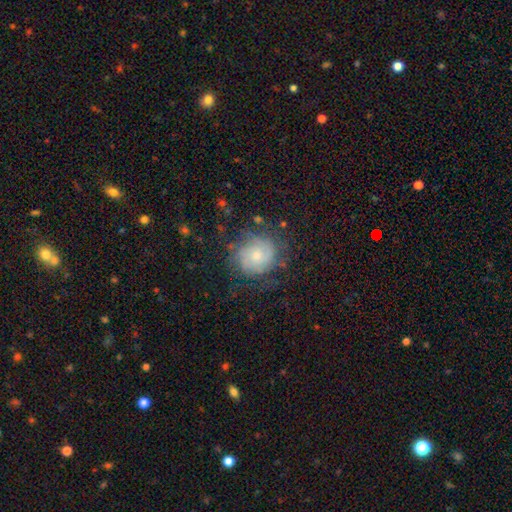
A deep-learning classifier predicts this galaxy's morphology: This appears to be a featured or disk galaxy (58%) with no bar (76%), spiral arms (84%) and a moderate central bulge (47%). Merging: none (71%).